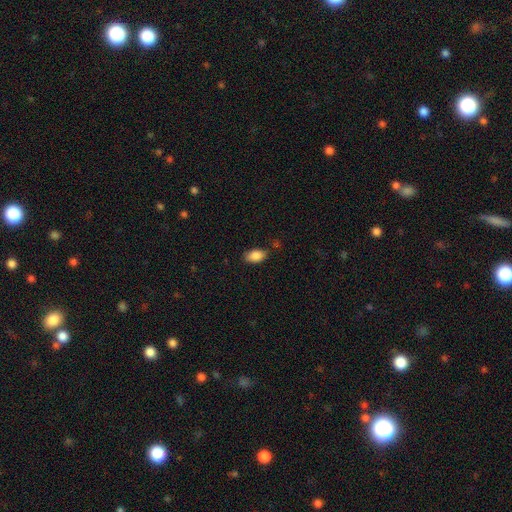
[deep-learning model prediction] The model was most divided on "merging": none: 79%, minor disturbance: 15%, major disturbance: 3%, merger: 3%. More confident: how rounded — in between (92%); smooth or featured — smooth (87%).